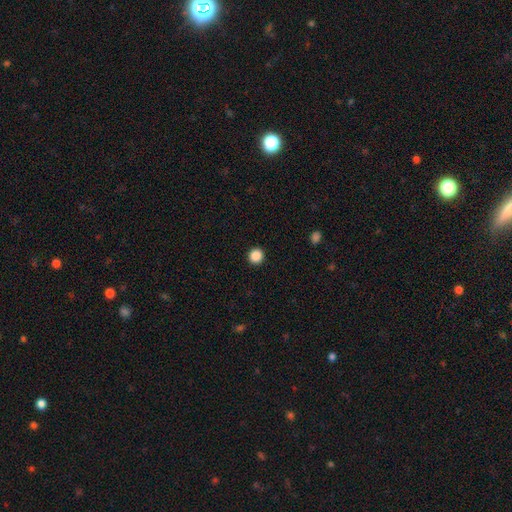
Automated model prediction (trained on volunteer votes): Morphology: type=smooth (88%); roundness=round (92%); merging=none (93%).